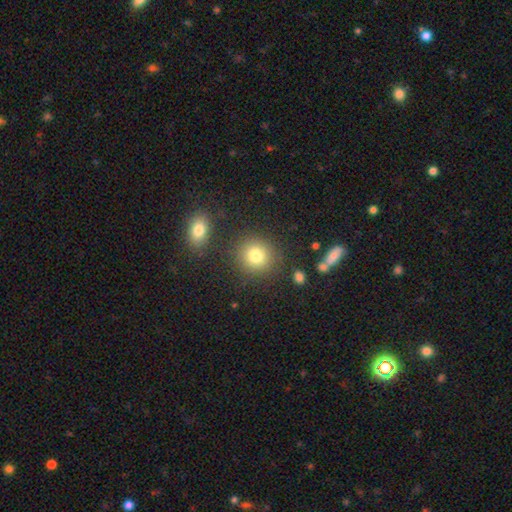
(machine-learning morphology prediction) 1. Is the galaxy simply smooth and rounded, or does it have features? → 81% smooth, 12% star or artifact, 8% featured or disk.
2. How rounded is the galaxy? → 86% round, 12% in between, 1% cigar-shaped.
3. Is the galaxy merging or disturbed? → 83% none, 8% minor disturbance, 5% merger, 3% major disturbance.